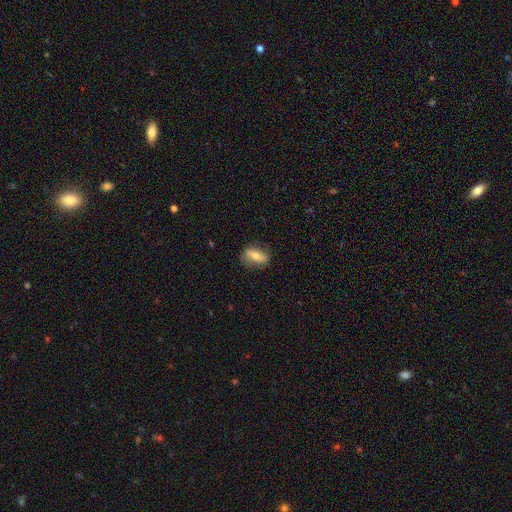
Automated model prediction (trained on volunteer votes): smooth_or_featured: smooth (p=0.50) [alt: featured or disk p=0.42]
how_rounded: in between (p=0.73) [alt: cigar-shaped p=0.16]
merging: none (p=0.79) [alt: minor disturbance p=0.15]